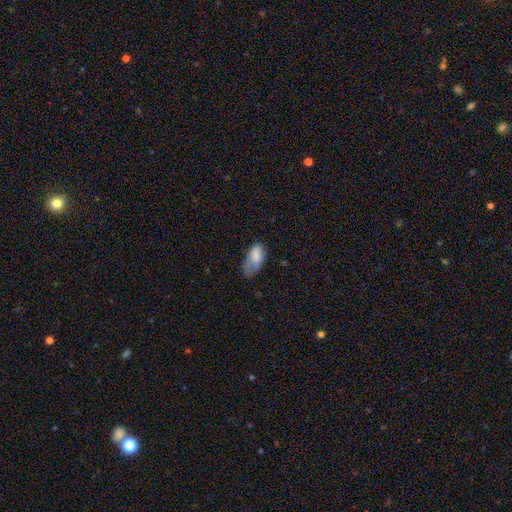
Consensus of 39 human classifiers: This appears to be a smooth galaxy with no disk features (79%) that is in between round and cigar-shaped (97%). Merging: minor disturbance (51%).